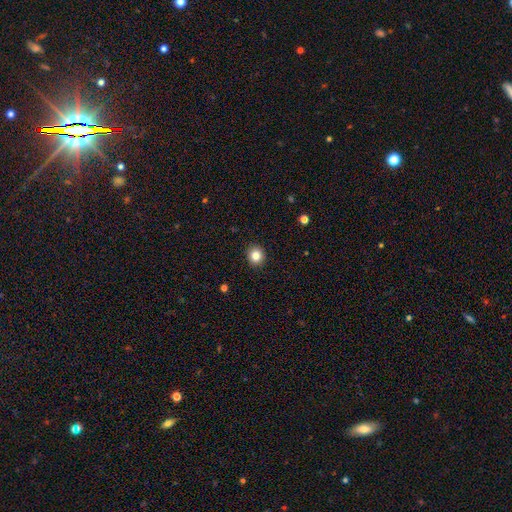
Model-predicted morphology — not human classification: type=smooth (84%); roundness=round (85%); merging=none (92%).